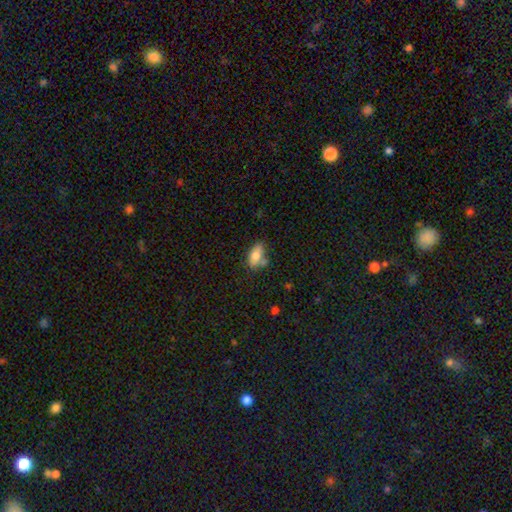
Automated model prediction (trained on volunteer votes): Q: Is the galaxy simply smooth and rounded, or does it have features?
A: smooth — 76%.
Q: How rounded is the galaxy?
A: in between — 86%.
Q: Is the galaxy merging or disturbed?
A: none — 53%.